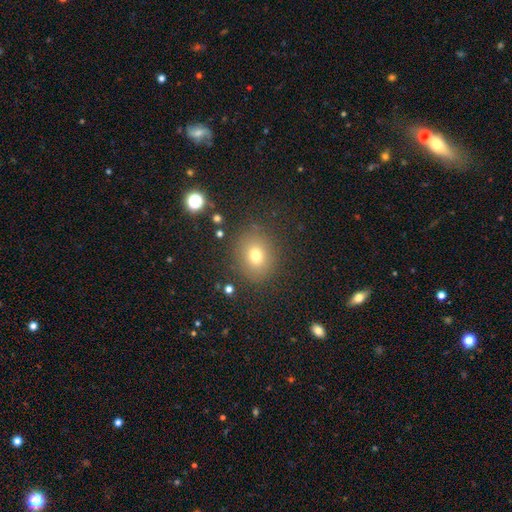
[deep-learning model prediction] smooth 73%, star or artifact 16%, featured or disk 11%. Down the decision tree: how rounded — round (71%); merging — none (85%).